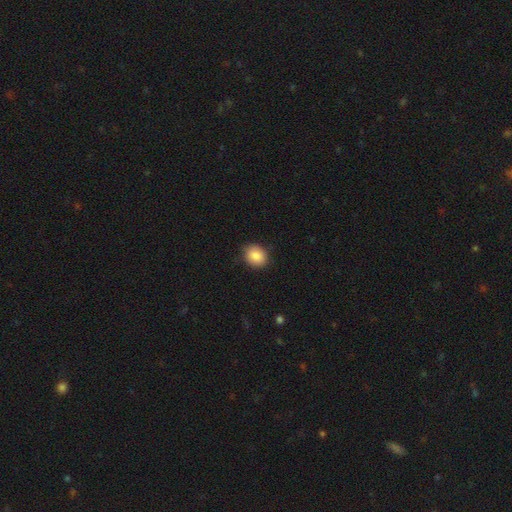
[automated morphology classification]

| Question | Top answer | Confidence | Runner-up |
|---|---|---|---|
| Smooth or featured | smooth | 87% | star or artifact (8%) |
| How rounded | round | 55% | in between (44%) |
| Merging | none | 86% | minor disturbance (10%) |